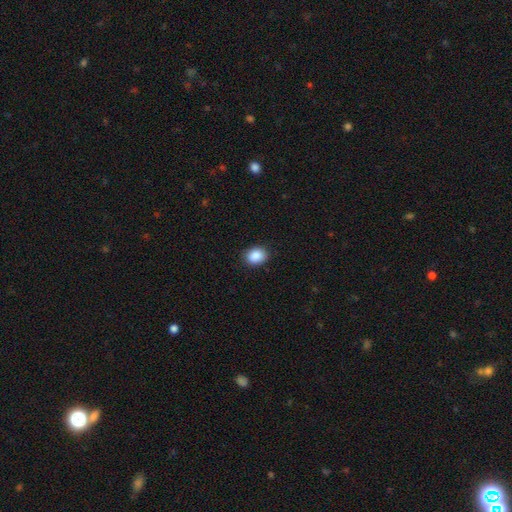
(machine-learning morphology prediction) Smooth or featured?
  - smooth: 89% *
  - star or artifact: 8%
  - featured or disk: 3%
How rounded?
  - in between: 59% *
  - round: 41%
  - cigar-shaped: 1%
Merging?
  - none: 88% *
  - minor disturbance: 9%
  - major disturbance: 2%
  - merger: 1%